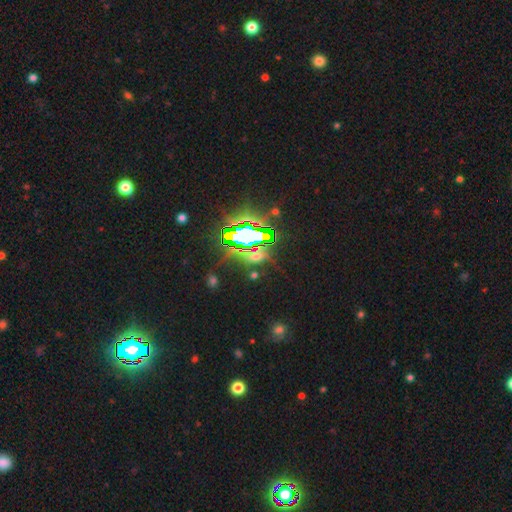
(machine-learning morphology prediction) Q: Smooth or featured?
A: star or artifact (73%); runner-up: smooth (15%)